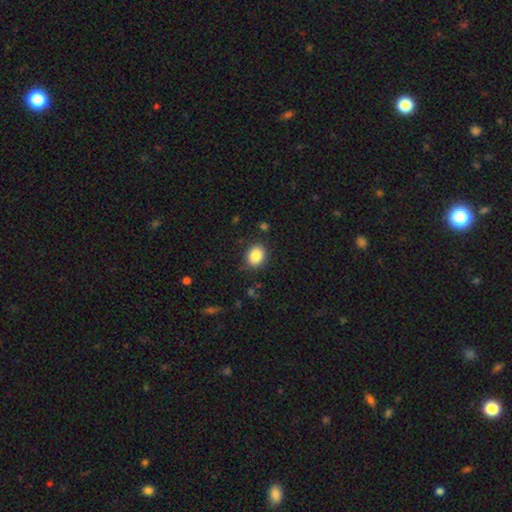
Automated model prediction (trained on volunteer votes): The model was most divided on "how rounded": in between: 51%, round: 48%, cigar-shaped: 1%. More confident: merging — none (87%); smooth or featured — smooth (86%).